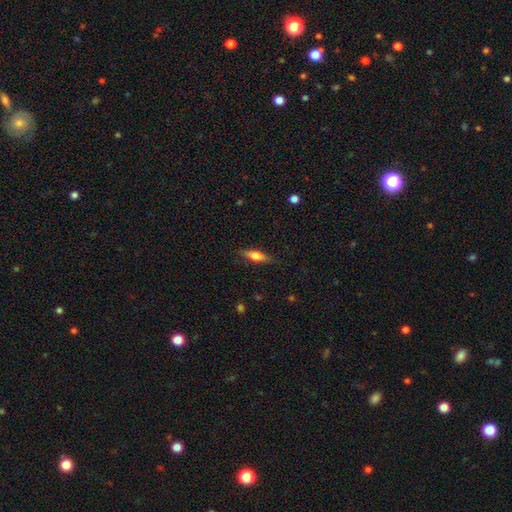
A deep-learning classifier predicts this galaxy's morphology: Smooth or featured? Predicted: smooth (p=0.59). How rounded? Predicted: cigar-shaped (p=0.60). Merging? Predicted: none (p=0.85).